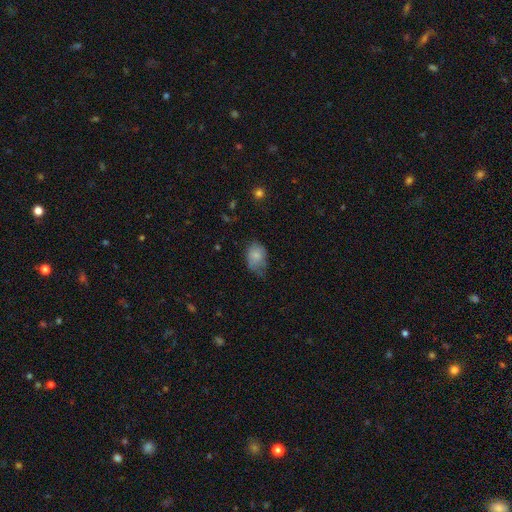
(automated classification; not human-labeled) Q: Smooth or featured?
A: smooth (80%); runner-up: featured or disk (11%)
Q: How rounded?
A: in between (78%); runner-up: round (20%)
Q: Merging?
A: minor disturbance (40%); tied with: none (40%)